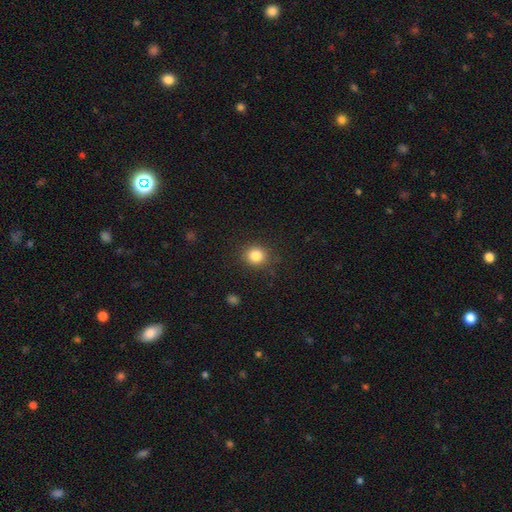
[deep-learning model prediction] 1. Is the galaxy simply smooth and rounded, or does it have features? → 83% smooth, 11% star or artifact, 5% featured or disk.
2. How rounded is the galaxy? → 86% round, 13% in between, 1% cigar-shaped.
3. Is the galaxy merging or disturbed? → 88% none, 8% minor disturbance, 3% major disturbance, 1% merger.